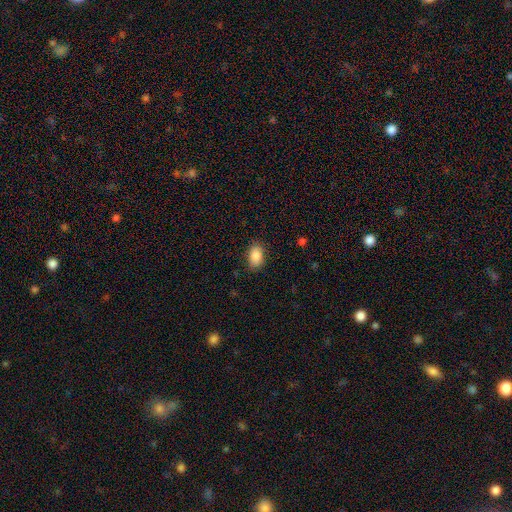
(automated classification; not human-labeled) Smooth or featured: smooth — 88% (star or artifact — 7%)
How rounded: in between — 89% (round — 10%)
Merging: none — 85% (minor disturbance — 11%)